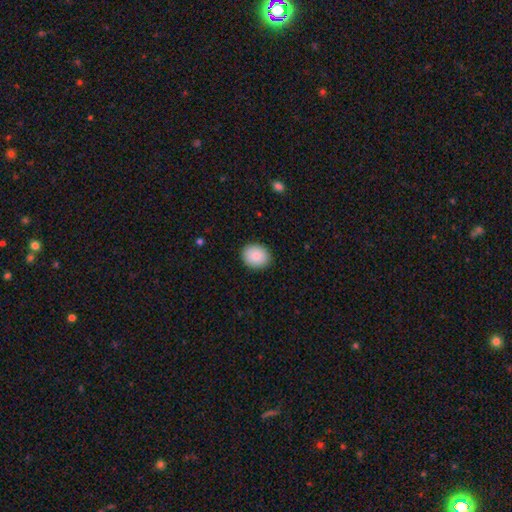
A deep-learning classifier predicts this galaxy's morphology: This appears to be a smooth galaxy with no disk features (89%) that is round (58%). Merging: none (90%).